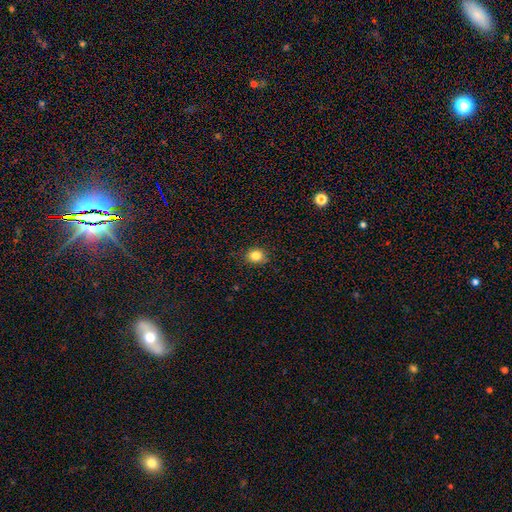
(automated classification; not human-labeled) A smooth galaxy with no disk features (84%) that is round (64%).

Vote fractions:
- Smooth or featured? smooth: 84% / star or artifact: 11% / featured or disk: 5%
- How rounded? round: 64% / in between: 35% / cigar-shaped: 1%
- Merging? none: 86% / minor disturbance: 11% / major disturbance: 2% / merger: 1%